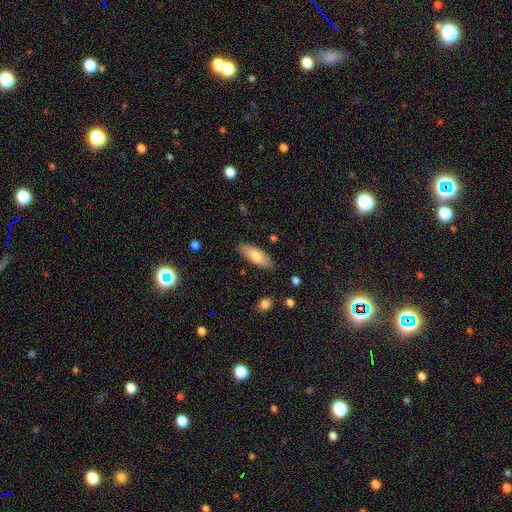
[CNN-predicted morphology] Smooth or featured? smooth (74%)
How rounded? in between (70%)
Merging? none (84%)